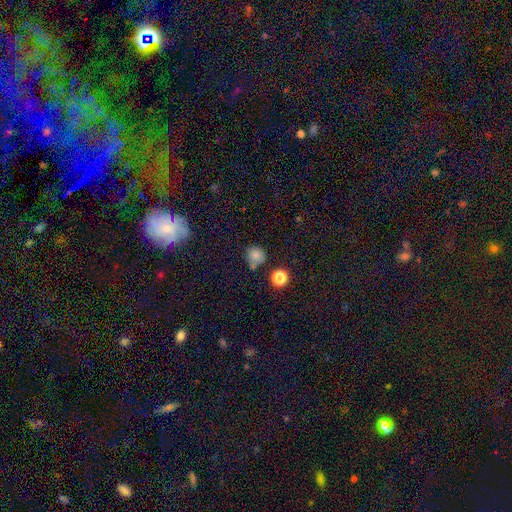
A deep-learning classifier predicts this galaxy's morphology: Smooth or featured: smooth — 79% (star or artifact — 14%)
How rounded: round — 86% (in between — 13%)
Merging: none — 63% (minor disturbance — 17%)